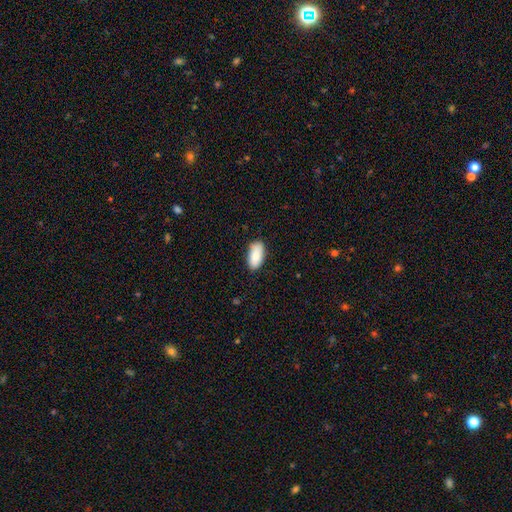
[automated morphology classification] smooth 88%, star or artifact 6%, featured or disk 6%. Down the decision tree: how rounded — in between (93%); merging — none (82%).